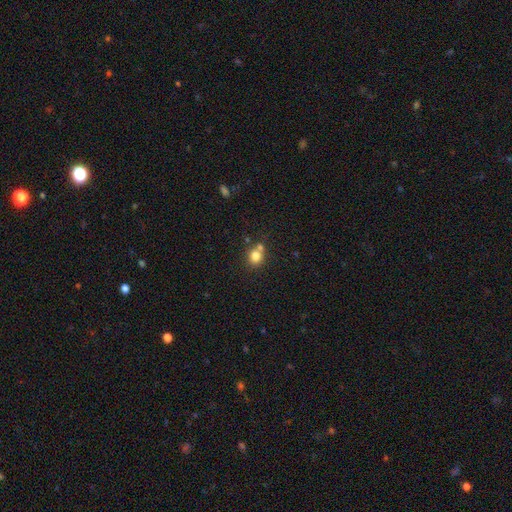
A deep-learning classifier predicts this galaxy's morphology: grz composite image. It shows a smooth galaxy with no disk features (79%) that is round (80%). Merging: none (57%).